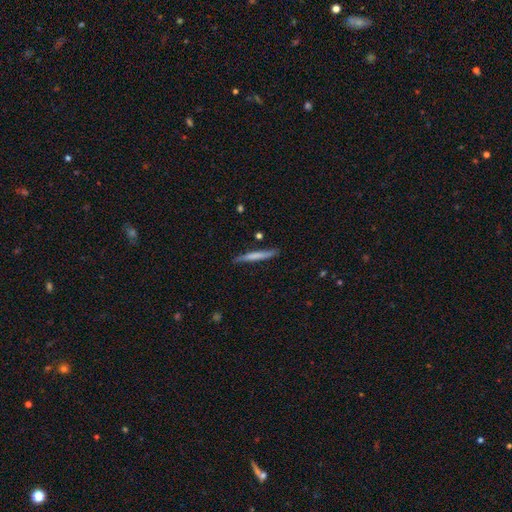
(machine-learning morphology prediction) smooth-or-featured: smooth: 63% | featured or disk: 32% | star or artifact: 5%
  how-rounded: cigar-shaped: 96% | in between: 3% | round: 1%
  merging: none: 82% | minor disturbance: 14% | major disturbance: 2% | merger: 2%